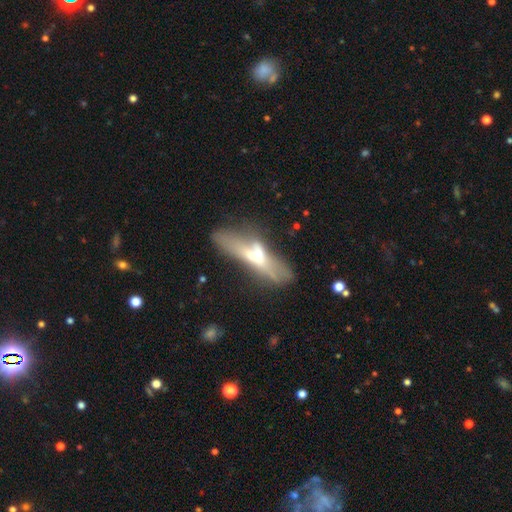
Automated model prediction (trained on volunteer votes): smooth-or-featured: featured or disk: 53% | smooth: 38% | star or artifact: 9%
  disk-edge-on: no: 57% | yes: 43%
  merging: none: 31% | major disturbance: 27% | merger: 23% | minor disturbance: 19%